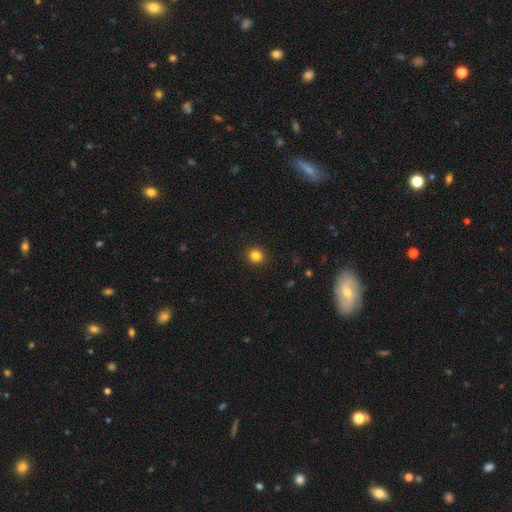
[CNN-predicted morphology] The model was most divided on "smooth or featured": smooth: 83%, star or artifact: 12%, featured or disk: 4%. More confident: merging — none (92%); how rounded — round (89%).